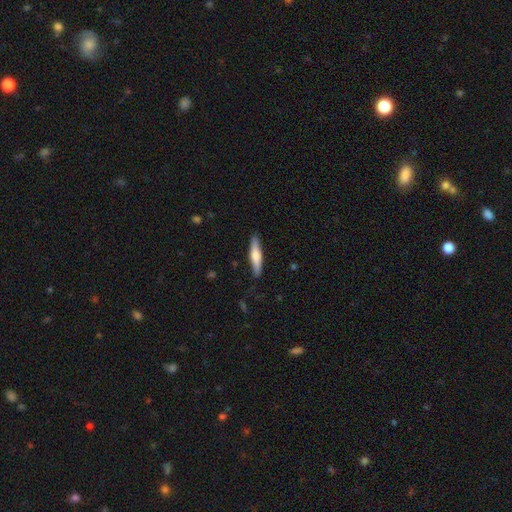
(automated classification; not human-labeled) Overall: smooth (56%; featured or disk 39%). How rounded: cigar-shaped (84%). Merging: none (88%).